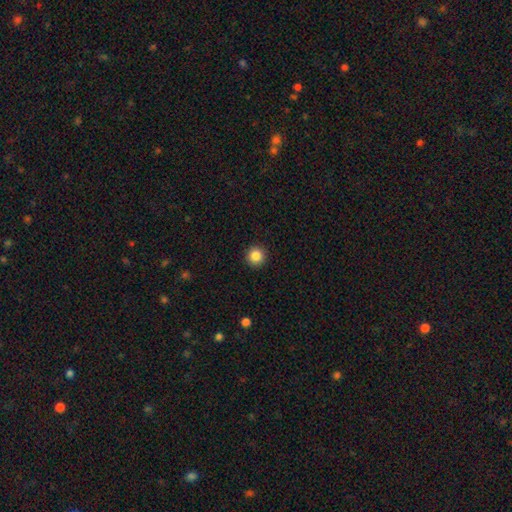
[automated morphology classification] Smooth or featured?
  - smooth: 86% *
  - star or artifact: 10%
  - featured or disk: 4%
How rounded?
  - round: 95% *
  - in between: 4%
  - cigar-shaped: 1%
Merging?
  - none: 93% *
  - minor disturbance: 5%
  - major disturbance: 2%
  - merger: 1%